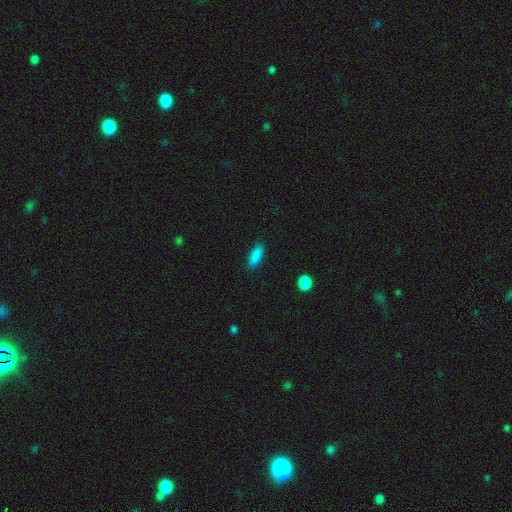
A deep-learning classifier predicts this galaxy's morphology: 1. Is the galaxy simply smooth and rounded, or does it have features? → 88% smooth, 8% star or artifact, 5% featured or disk.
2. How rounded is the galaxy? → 65% in between, 33% cigar-shaped, 2% round.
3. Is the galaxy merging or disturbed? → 87% none, 9% minor disturbance, 2% major disturbance, 1% merger.